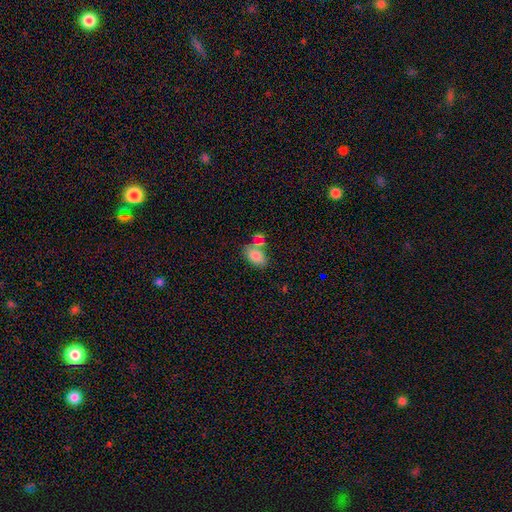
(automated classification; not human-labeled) The model was most divided on "merging": none: 49%, merger: 33%, minor disturbance: 13%, major disturbance: 4%. More confident: how rounded — in between (88%); smooth or featured — smooth (80%).